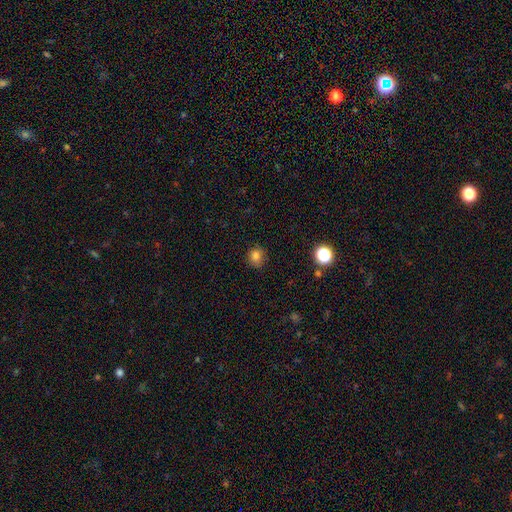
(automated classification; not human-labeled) smooth_or_featured: smooth (p=0.80) [alt: star or artifact p=0.14]
how_rounded: round (p=0.82) [alt: in between p=0.17]
merging: none (p=0.80) [alt: minor disturbance p=0.15]